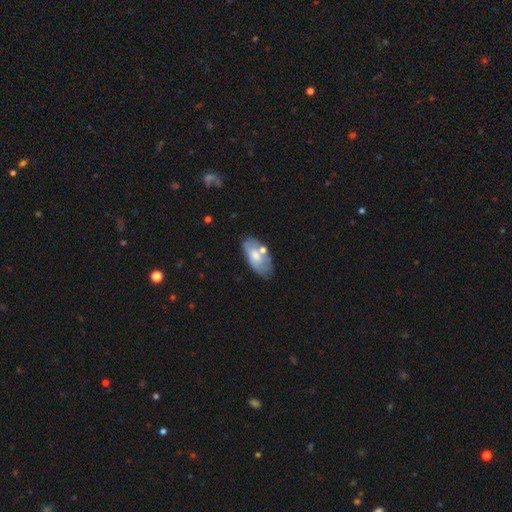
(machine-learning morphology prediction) This appears to be a smooth galaxy with no disk features (58%) that is in between round and cigar-shaped (92%). Merging: none (53%).